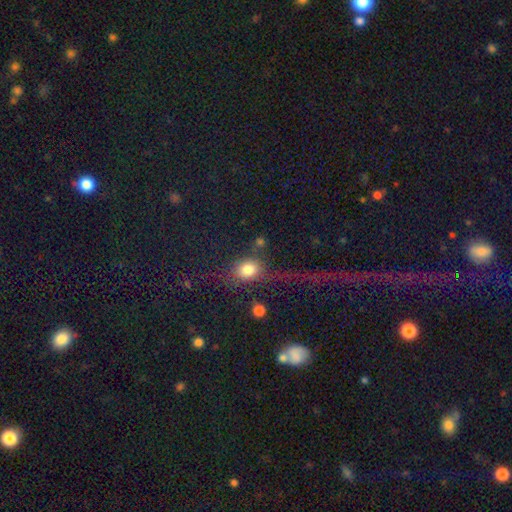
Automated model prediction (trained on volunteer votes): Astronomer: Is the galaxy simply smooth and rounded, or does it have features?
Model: star or artifact — 54% (runner-up: smooth, 34%).